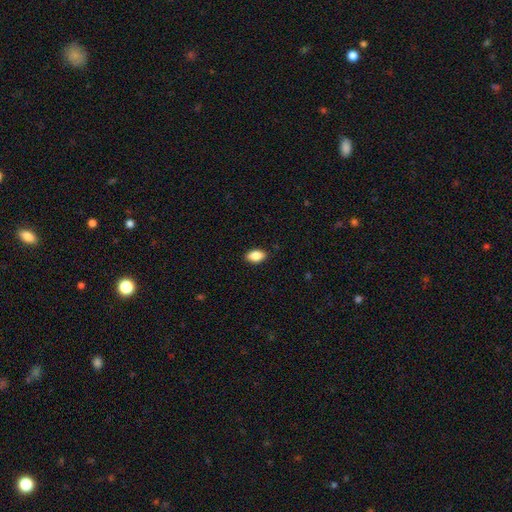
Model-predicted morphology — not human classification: type=smooth (88%); roundness=in between (92%); merging=none (89%).